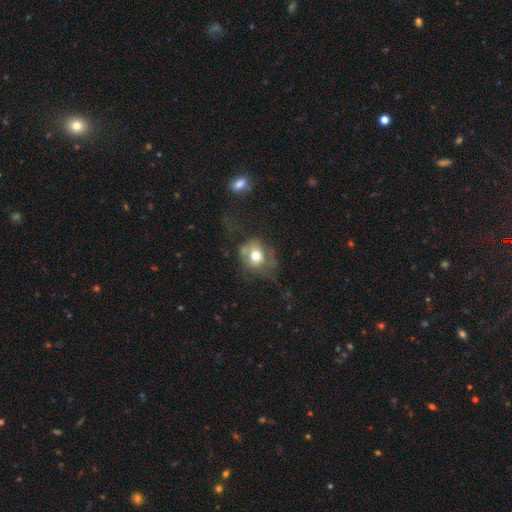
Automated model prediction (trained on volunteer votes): Morphology: type=smooth (64%); roundness=round (65%); merging=none (38%).